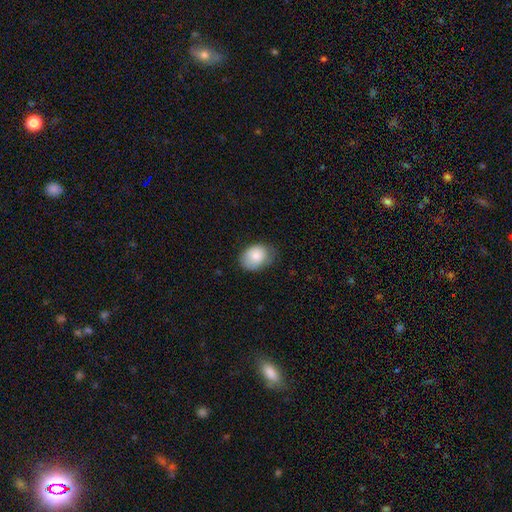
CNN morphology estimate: A smooth galaxy with no disk features (83%) that is in between round and cigar-shaped (65%).

Vote fractions:
- Smooth or featured? smooth: 83% / featured or disk: 9% / star or artifact: 7%
- How rounded? in between: 65% / round: 34% / cigar-shaped: 1%
- Merging? none: 62% / minor disturbance: 30% / major disturbance: 6% / merger: 1%